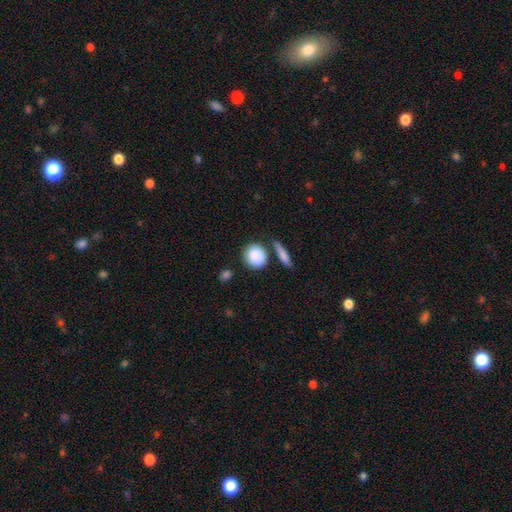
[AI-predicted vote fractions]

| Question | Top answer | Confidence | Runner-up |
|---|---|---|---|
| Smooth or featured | smooth | 87% | featured or disk (7%) |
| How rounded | round | 80% | in between (18%) |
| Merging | none | 69% | minor disturbance (14%) |